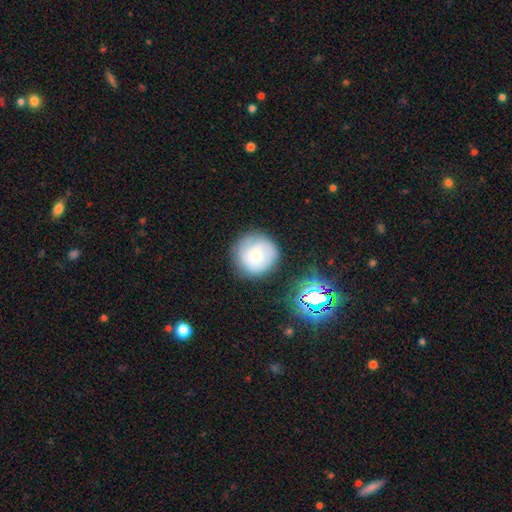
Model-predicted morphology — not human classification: Smooth or featured? smooth (64%)
How rounded? round (93%)
Merging? none (75%)